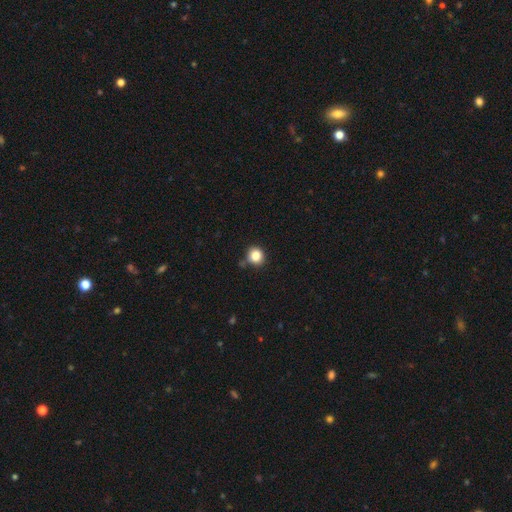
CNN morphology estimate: Overall: smooth (83%). How rounded: round (84%). Merging: none (76%).